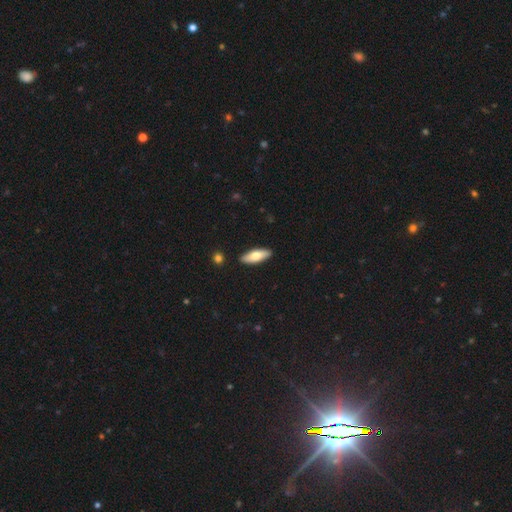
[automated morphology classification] A smooth galaxy with no disk features (65%) that is in between round and cigar-shaped (63%). Merging: none (90%).